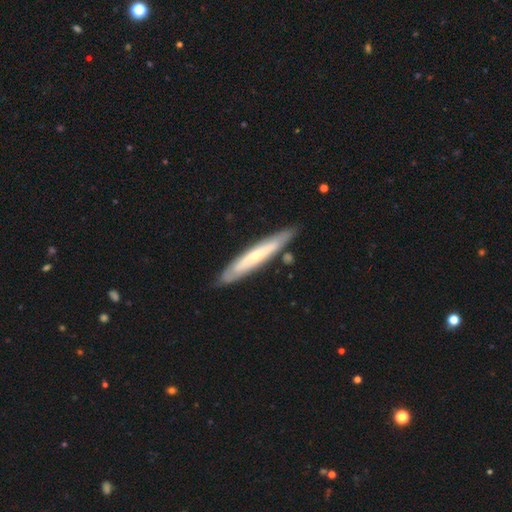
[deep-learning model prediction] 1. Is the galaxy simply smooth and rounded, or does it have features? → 57% featured or disk, 37% smooth, 5% star or artifact.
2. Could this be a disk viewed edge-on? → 77% yes, 23% no.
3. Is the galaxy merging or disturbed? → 83% none, 12% minor disturbance, 3% merger, 2% major disturbance.